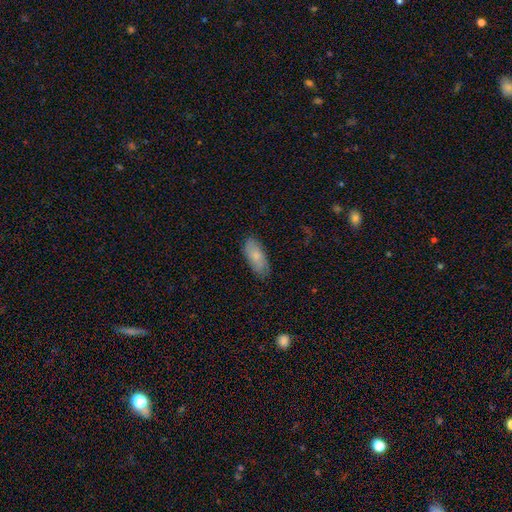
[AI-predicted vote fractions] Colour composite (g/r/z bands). It shows a smooth galaxy with no disk features (77%) that is in between round and cigar-shaped (83%). Merging: none (81%).